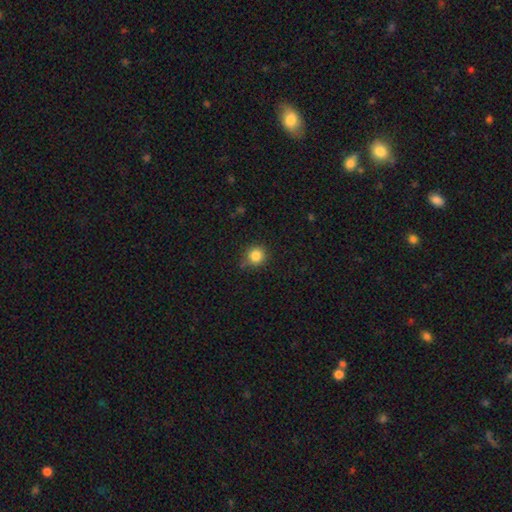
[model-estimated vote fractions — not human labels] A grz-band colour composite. It shows a smooth galaxy with no disk features (84%) that is round (91%). Merging: none (80%).